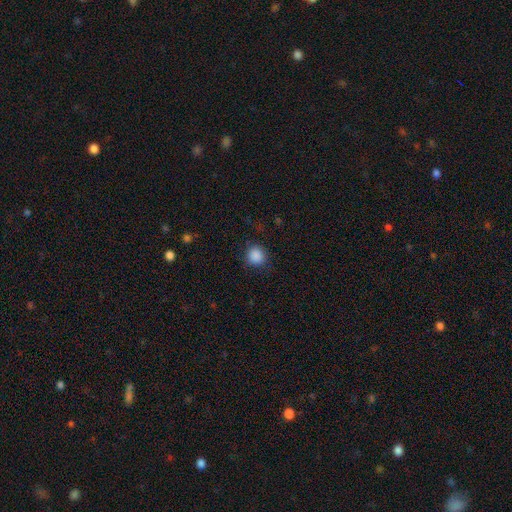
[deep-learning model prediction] A smooth galaxy with no disk features (87%) that is round (90%).

Vote fractions:
- Smooth or featured? smooth: 87% / star or artifact: 10% / featured or disk: 3%
- How rounded? round: 90% / in between: 9% / cigar-shaped: 1%
- Merging? none: 85% / minor disturbance: 10% / major disturbance: 4% / merger: 1%